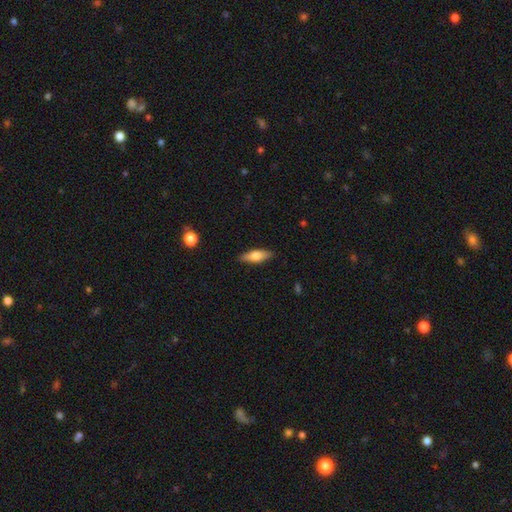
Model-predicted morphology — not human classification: The model was most divided on "how rounded": in between: 59%, cigar-shaped: 38%, round: 3%. More confident: merging — none (87%); smooth or featured — smooth (68%).